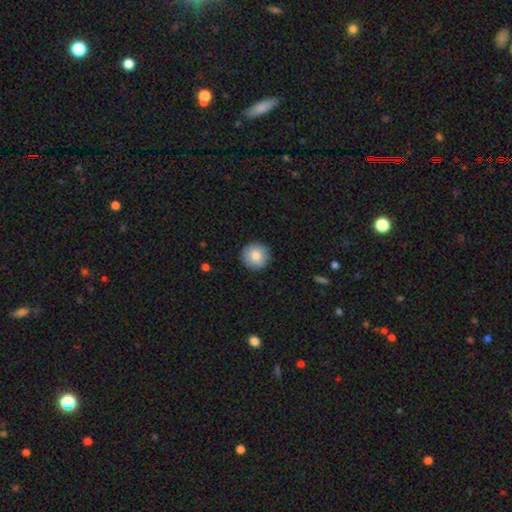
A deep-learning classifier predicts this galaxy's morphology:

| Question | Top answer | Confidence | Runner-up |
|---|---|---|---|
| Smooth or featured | smooth | 83% | featured or disk (9%) |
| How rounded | round | 95% | in between (4%) |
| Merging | none | 91% | minor disturbance (6%) |